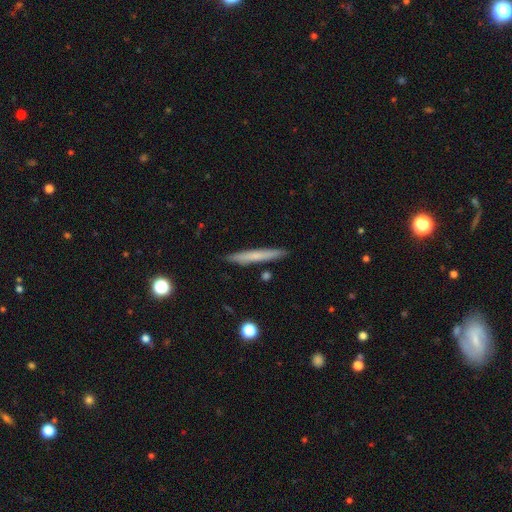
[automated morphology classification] A smooth galaxy with no disk features (63%) that is cigar-shaped (96%).

Vote fractions:
- Smooth or featured? smooth: 63% / featured or disk: 31% / star or artifact: 6%
- How rounded? cigar-shaped: 96% / in between: 3% / round: 1%
- Merging? none: 89% / minor disturbance: 8% / merger: 2% / major disturbance: 2%